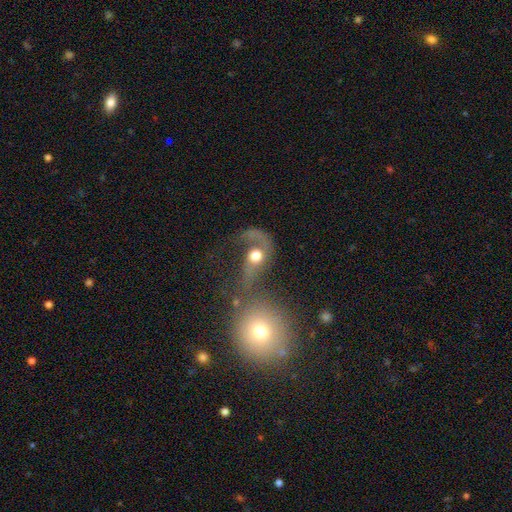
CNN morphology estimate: type=featured or disk (57%); edge-on=no (96%); bar=no (78%); spiral arms=yes (72%); bulge=moderate (50%); merging=merger (40%).